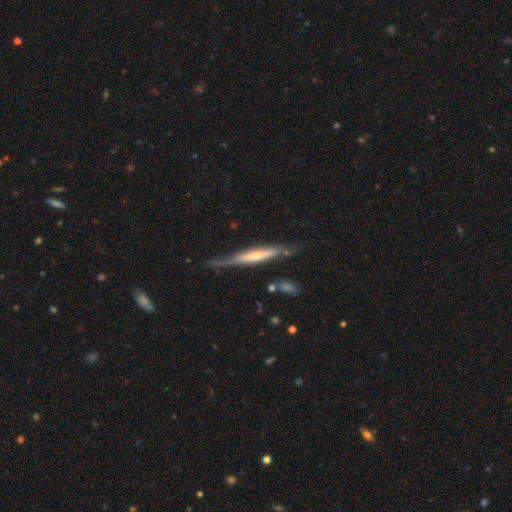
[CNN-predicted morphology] Smooth or featured? featured or disk (64%)
Edge-on disk? yes (88%)
Edge-on bulge? rounded (47%)
Merging? none (60%)